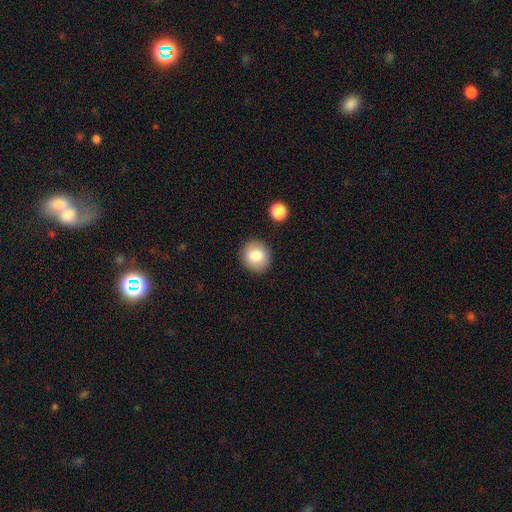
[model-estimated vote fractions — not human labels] A smooth galaxy with no disk features (82%) that is round (82%). Merging: none (87%).